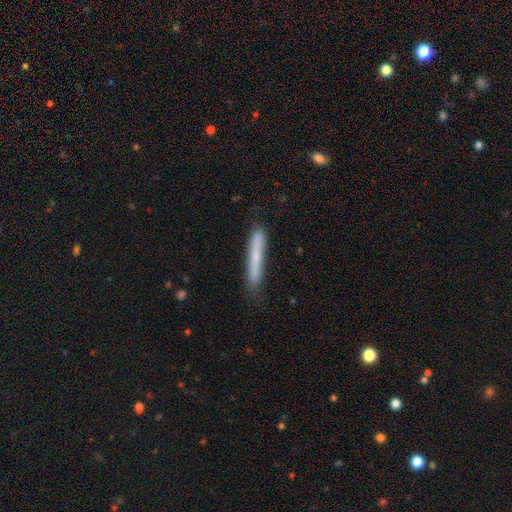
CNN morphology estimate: type=smooth (68%); roundness=cigar-shaped (96%); merging=none (79%).